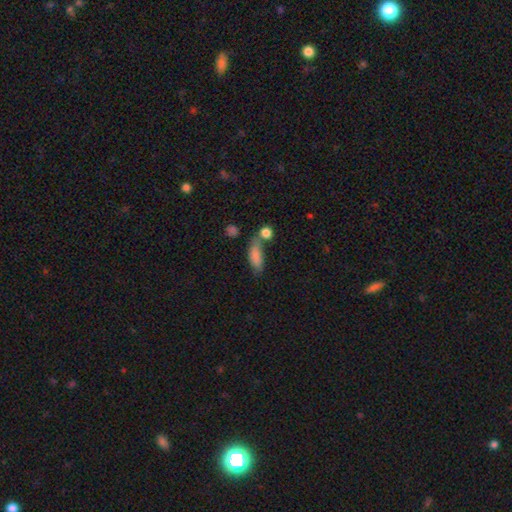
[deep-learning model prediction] A smooth galaxy with no disk features (81%) that is in between round and cigar-shaped (73%).

Vote fractions:
- Smooth or featured? smooth: 81% / featured or disk: 11% / star or artifact: 8%
- How rounded? in between: 73% / cigar-shaped: 23% / round: 5%
- Merging? none: 47% / merger: 24% / minor disturbance: 20% / major disturbance: 9%